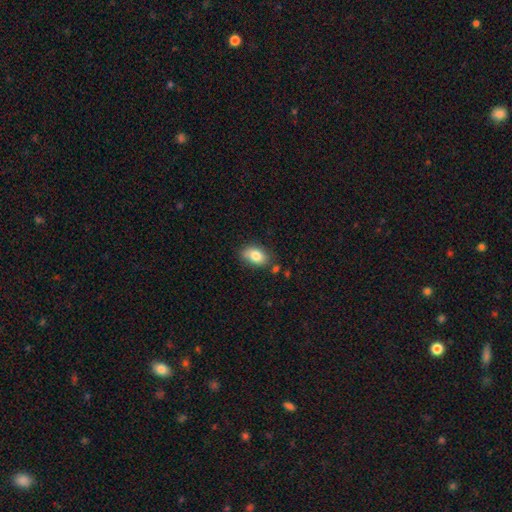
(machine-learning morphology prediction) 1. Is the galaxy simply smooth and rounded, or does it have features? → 82% smooth, 10% featured or disk, 8% star or artifact.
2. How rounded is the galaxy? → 86% in between, 13% round, 2% cigar-shaped.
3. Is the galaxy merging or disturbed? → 72% none, 20% minor disturbance, 5% merger, 4% major disturbance.